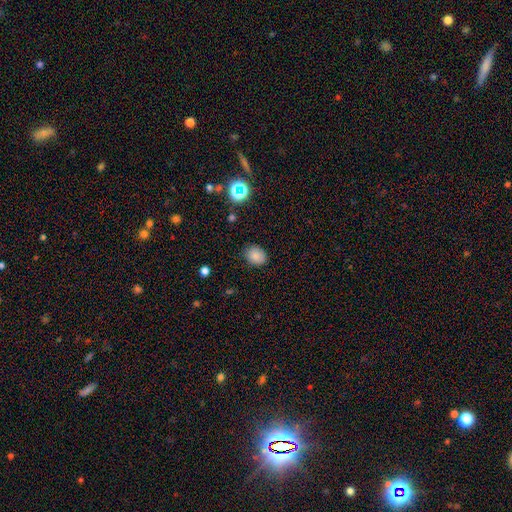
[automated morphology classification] Smooth or featured: smooth — 80% (star or artifact — 13%)
How rounded: in between — 50% (round — 49%)
Merging: none — 82% (minor disturbance — 14%)